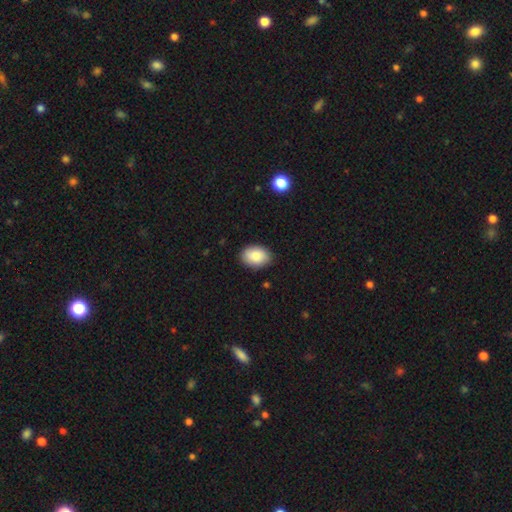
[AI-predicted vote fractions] Smooth or featured?
  - smooth: 86% *
  - featured or disk: 7%
  - star or artifact: 7%
How rounded?
  - in between: 81% *
  - round: 18%
  - cigar-shaped: 1%
Merging?
  - none: 86% *
  - minor disturbance: 11%
  - major disturbance: 2%
  - merger: 1%